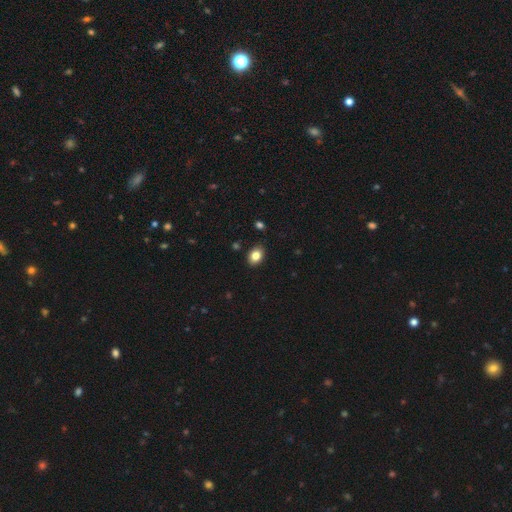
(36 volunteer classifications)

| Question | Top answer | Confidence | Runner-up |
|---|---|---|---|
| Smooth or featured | smooth | 75% | featured or disk (22%) |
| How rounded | in between | 67% | round (33%) |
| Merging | none | 71% | minor disturbance (26%) |